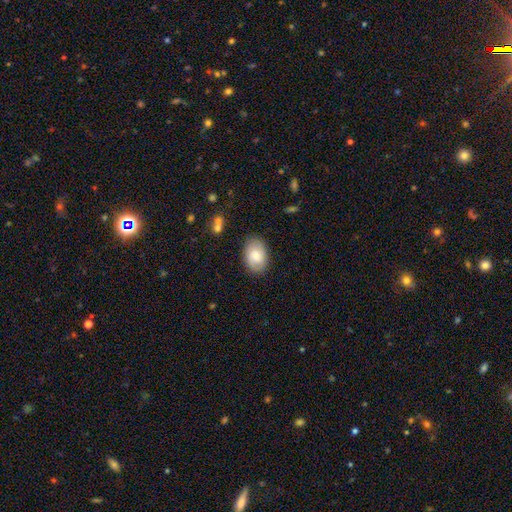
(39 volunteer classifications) smooth 51%, featured or disk 44%, star or artifact 5%. Down the decision tree: how rounded — in between (85%); merging — none (76%).